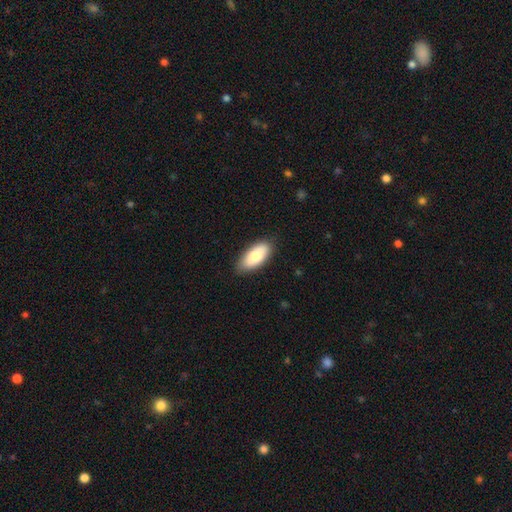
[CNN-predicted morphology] Smooth or featured?
  - smooth: 81% *
  - featured or disk: 14%
  - star or artifact: 6%
How rounded?
  - in between: 88% *
  - cigar-shaped: 10%
  - round: 2%
Merging?
  - none: 86% *
  - minor disturbance: 11%
  - major disturbance: 2%
  - merger: 1%